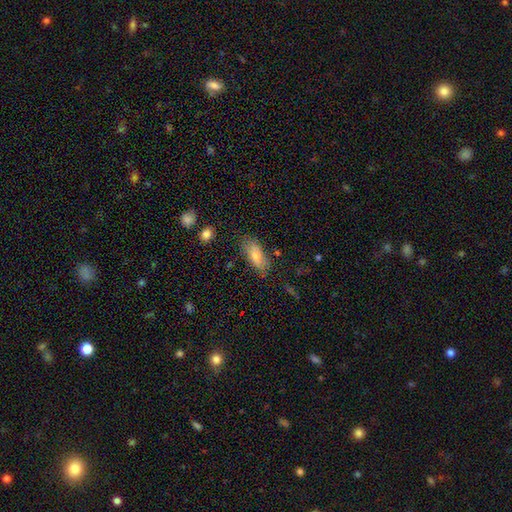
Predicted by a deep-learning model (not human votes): Overall: smooth (68%). How rounded: in between (77%). Merging: none (76%).